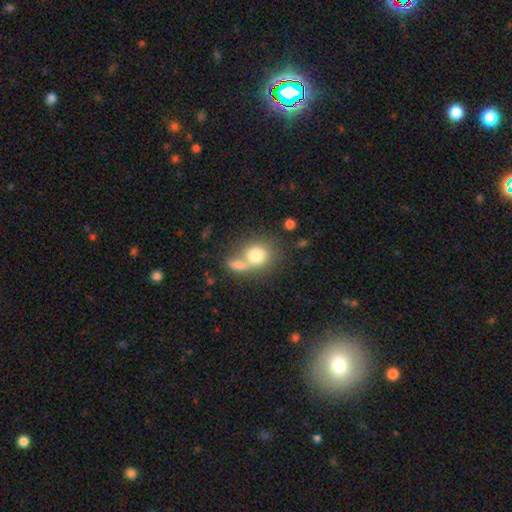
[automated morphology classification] The model was most divided on "merging": merger: 48%, none: 35%, minor disturbance: 10%, major disturbance: 7%. More confident: smooth or featured — smooth (78%); how rounded — round (67%).